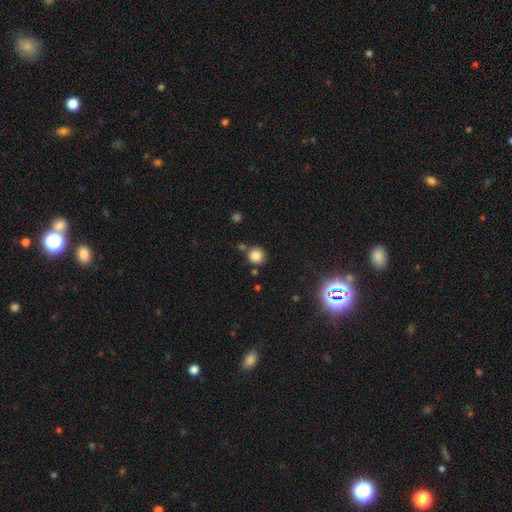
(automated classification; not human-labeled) The model was most divided on "merging": none: 78%, merger: 10%, minor disturbance: 9%, major disturbance: 3%. More confident: how rounded — round (93%); smooth or featured — smooth (83%).